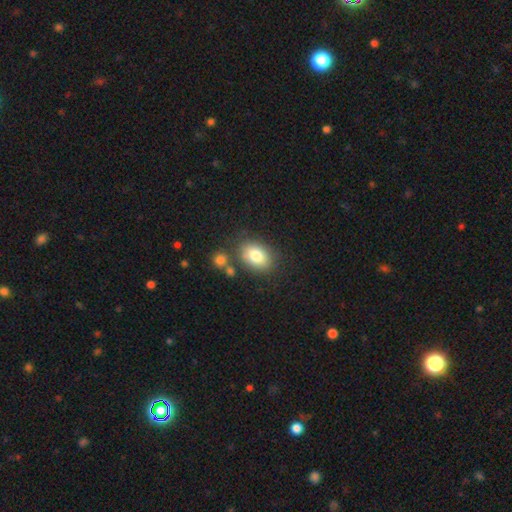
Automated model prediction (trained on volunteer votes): Overall: smooth (80%). How rounded: in between (79%). Merging: none (74%).